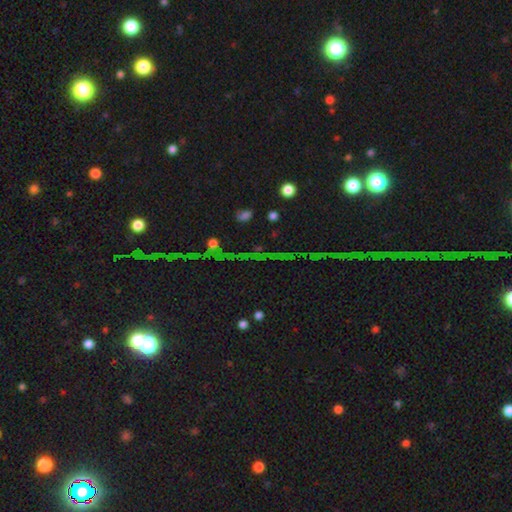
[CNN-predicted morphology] Q: Smooth or featured?
A: star or artifact (79%); runner-up: smooth (11%)